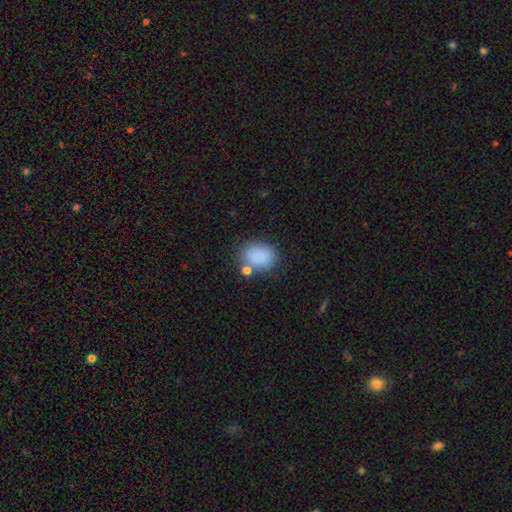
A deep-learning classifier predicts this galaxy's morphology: Overall: smooth (85%). How rounded: in between (61%; round 38%). Merging: none (70%).